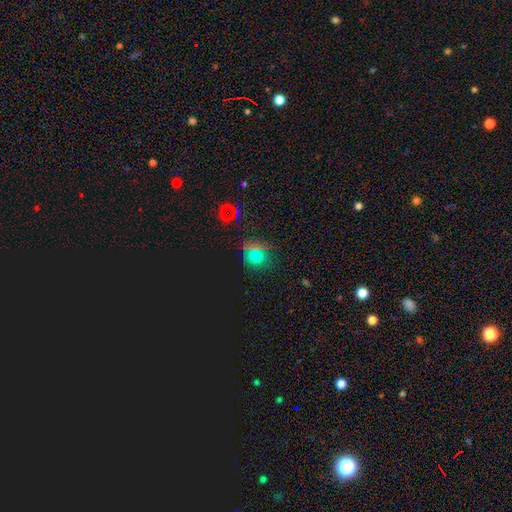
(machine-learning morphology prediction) This appears to be a smooth galaxy with no disk features (54%) that is round (88%). Merging: none (80%).